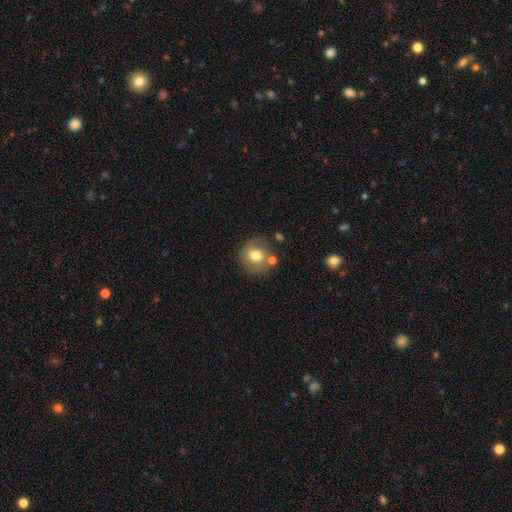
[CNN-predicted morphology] smooth 71%, featured or disk 19%, star or artifact 10%. Down the decision tree: how rounded — round (84%); merging — none (71%).